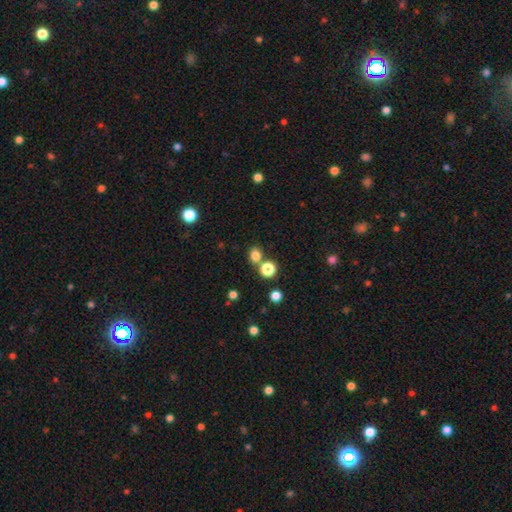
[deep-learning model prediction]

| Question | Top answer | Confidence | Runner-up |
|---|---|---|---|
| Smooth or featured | smooth | 80% | star or artifact (16%) |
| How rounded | round | 69% | in between (30%) |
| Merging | none | 68% | merger (20%) |